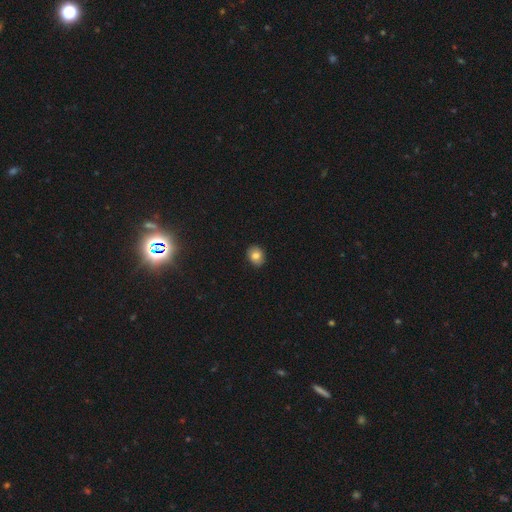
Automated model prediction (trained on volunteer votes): Smooth or featured? smooth (80%)
How rounded? in between (50%)
Merging? none (88%)